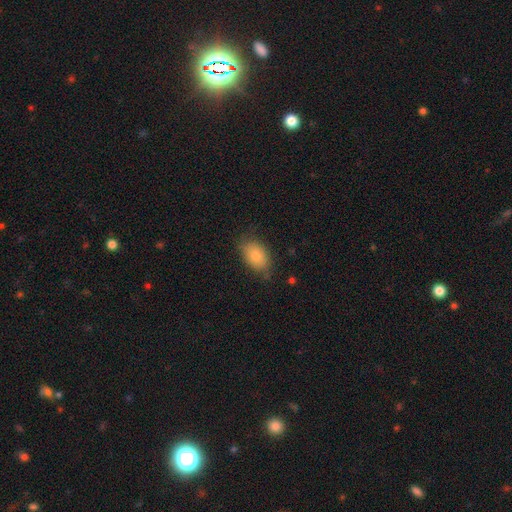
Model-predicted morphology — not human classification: A smooth galaxy with no disk features (83%) that is in between round and cigar-shaped (87%).

Vote fractions:
- Smooth or featured? smooth: 83% / featured or disk: 9% / star or artifact: 8%
- How rounded? in between: 87% / round: 11% / cigar-shaped: 2%
- Merging? none: 75% / minor disturbance: 19% / major disturbance: 5% / merger: 1%